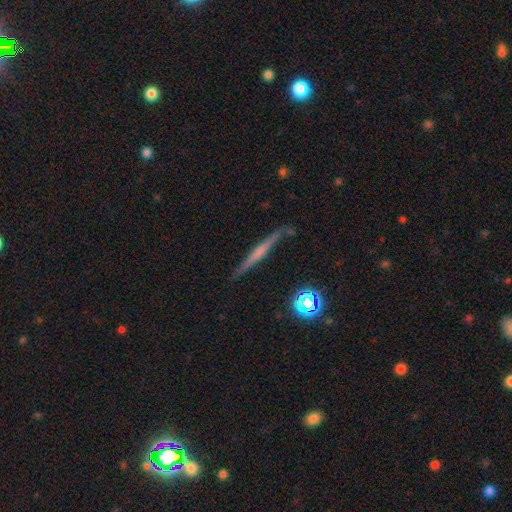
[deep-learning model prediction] Smooth or featured? Predicted: featured or disk (p=0.60). Edge-on disk? Predicted: yes (p=0.97). Edge-on bulge? Predicted: none (p=0.55). Merging? Predicted: none (p=0.85).